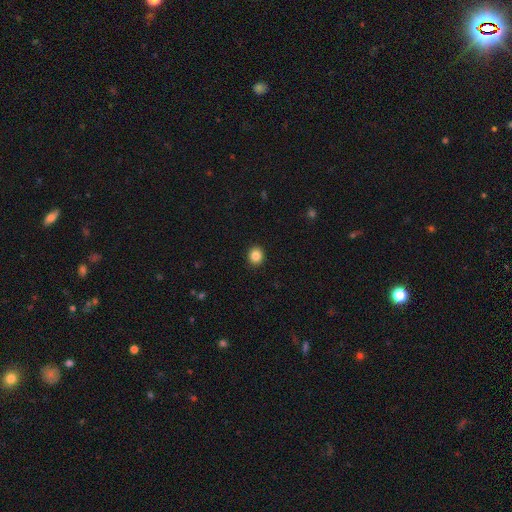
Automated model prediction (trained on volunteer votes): Smooth or featured: smooth — 85% (star or artifact — 10%)
How rounded: round — 83% (in between — 16%)
Merging: none — 93% (minor disturbance — 5%)